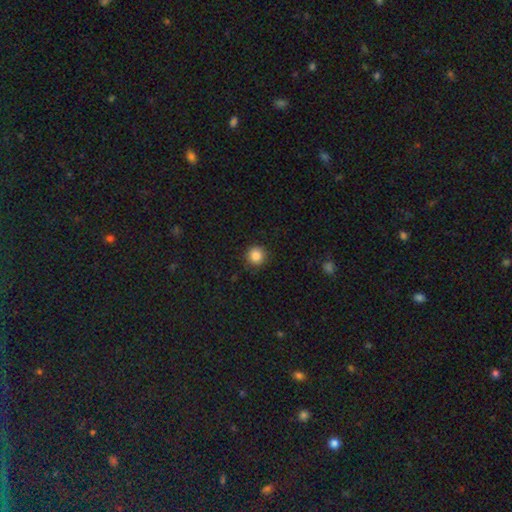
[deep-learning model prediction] A smooth galaxy with no disk features (86%) that is round (95%).

Vote fractions:
- Smooth or featured? smooth: 86% / star or artifact: 10% / featured or disk: 4%
- How rounded? round: 95% / in between: 4% / cigar-shaped: 1%
- Merging? none: 89% / minor disturbance: 8% / major disturbance: 2% / merger: 1%